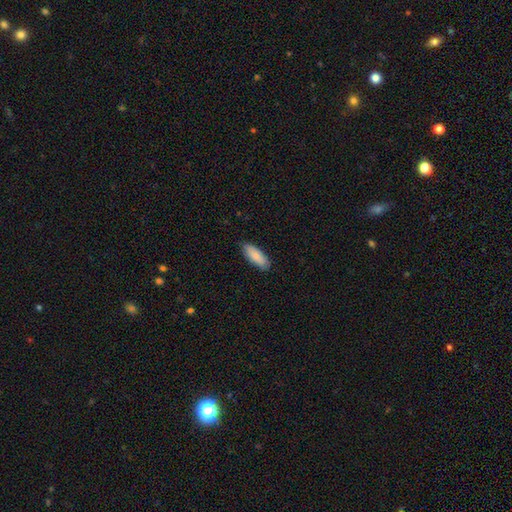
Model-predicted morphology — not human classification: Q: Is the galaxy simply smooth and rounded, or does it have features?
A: smooth — 86%.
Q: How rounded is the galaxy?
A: in between — 70%.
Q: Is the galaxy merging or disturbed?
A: none — 85%.